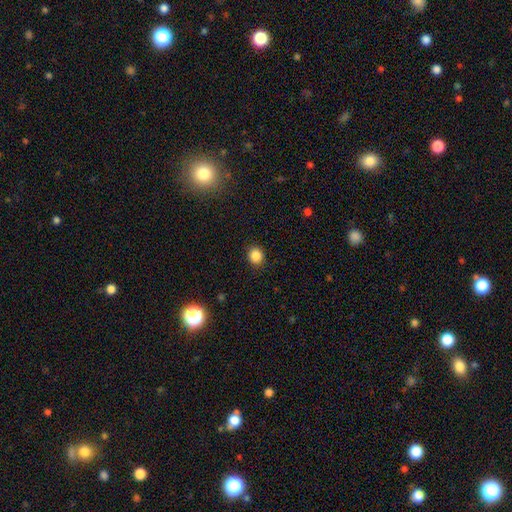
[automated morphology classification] Smooth or featured? Predicted: smooth (p=0.86). How rounded? Predicted: round (p=0.82). Merging? Predicted: none (p=0.89).